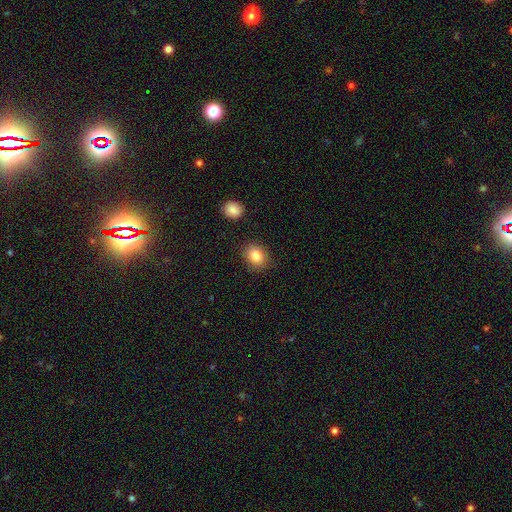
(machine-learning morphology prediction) Smooth or featured?
  - smooth: 85% *
  - star or artifact: 9%
  - featured or disk: 6%
How rounded?
  - in between: 50% *
  - round: 49%
  - cigar-shaped: 1%
Merging?
  - none: 83% *
  - minor disturbance: 11%
  - major disturbance: 3%
  - merger: 3%